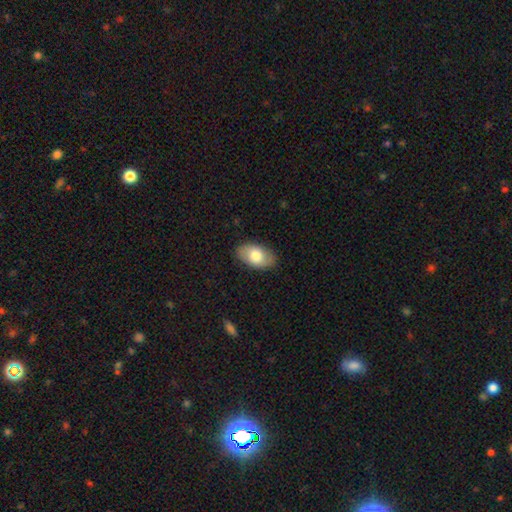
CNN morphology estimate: smooth-or-featured: smooth: 73% | featured or disk: 21% | star or artifact: 6%
  how-rounded: in between: 93% | round: 6% | cigar-shaped: 1%
  merging: none: 85% | minor disturbance: 11% | major disturbance: 2% | merger: 1%